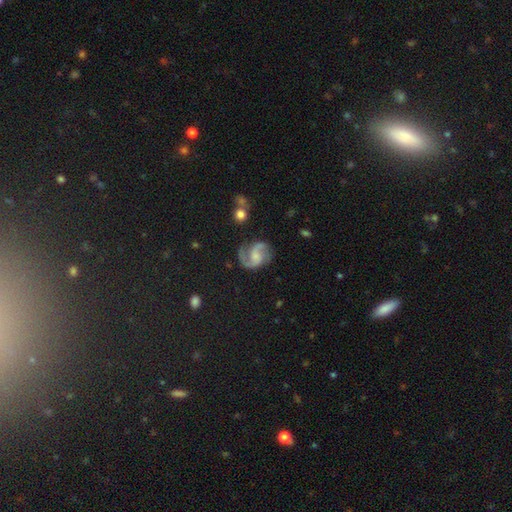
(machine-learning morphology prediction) featured or disk 87%, smooth 8%, star or artifact 5%. Down the decision tree: edge-on disk — no (98%); bar — no (49%); spiral arms — yes (97%); spiral arm count — 2 (91%); spiral winding — medium (56%); bulge size — small (34%); merging — none (72%).